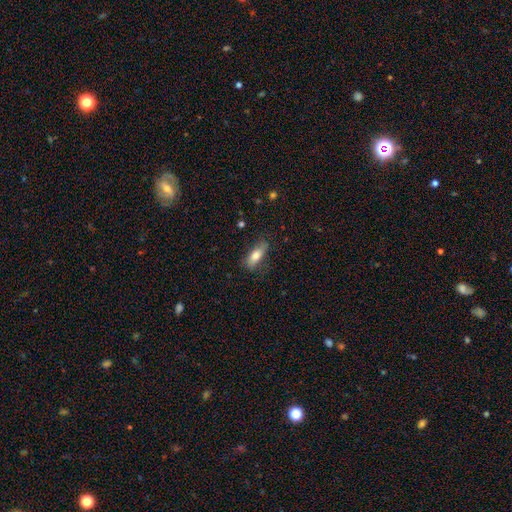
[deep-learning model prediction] smooth_or_featured: smooth (p=0.73) [alt: featured or disk p=0.20]
how_rounded: in between (p=0.63) [alt: cigar-shaped p=0.34]
merging: none (p=0.75) [alt: minor disturbance p=0.19]